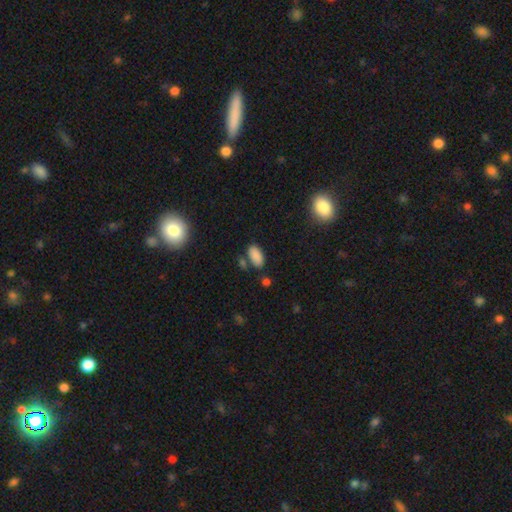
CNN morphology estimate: Overall: smooth (86%). How rounded: in between (93%). Merging: none (76%).